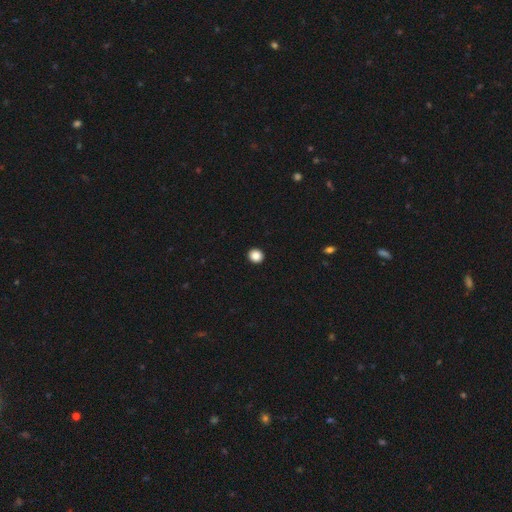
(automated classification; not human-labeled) smooth-or-featured: smooth: 87% | star or artifact: 10% | featured or disk: 3%
  how-rounded: round: 89% | in between: 10% | cigar-shaped: 1%
  merging: none: 94% | minor disturbance: 4% | major disturbance: 1% | merger: 1%